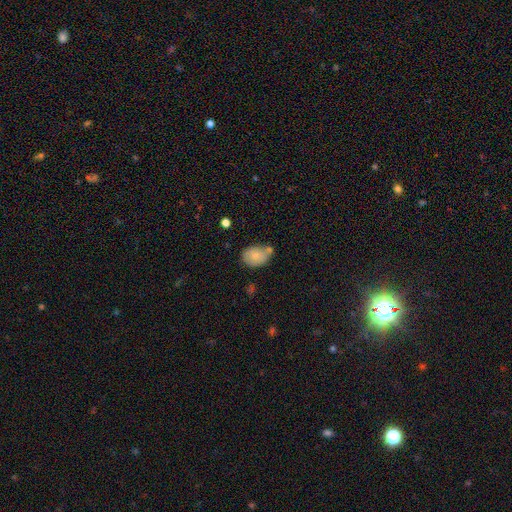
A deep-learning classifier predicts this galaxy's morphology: Q: Smooth or featured?
A: smooth (83%); runner-up: featured or disk (10%)
Q: How rounded?
A: in between (77%); runner-up: round (22%)
Q: Merging?
A: none (55%); runner-up: minor disturbance (22%)